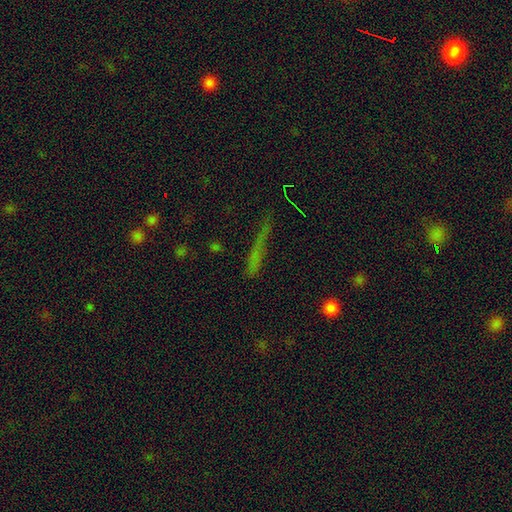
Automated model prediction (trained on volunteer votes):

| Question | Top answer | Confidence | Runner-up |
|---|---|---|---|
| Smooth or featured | smooth | 42% | star or artifact (36%) |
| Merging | none | 70% | minor disturbance (15%) |